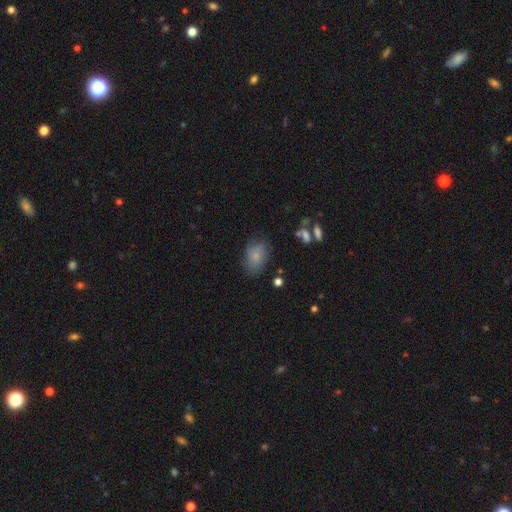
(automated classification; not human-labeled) smooth-or-featured: smooth: 79% | featured or disk: 12% | star or artifact: 9%
  how-rounded: in between: 85% | round: 14% | cigar-shaped: 1%
  merging: none: 71% | minor disturbance: 21% | major disturbance: 6% | merger: 2%